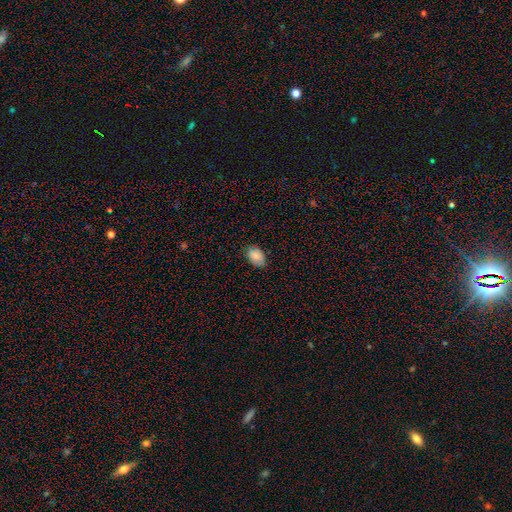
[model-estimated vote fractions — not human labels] Overall: smooth (86%). How rounded: in between (86%). Merging: none (80%).